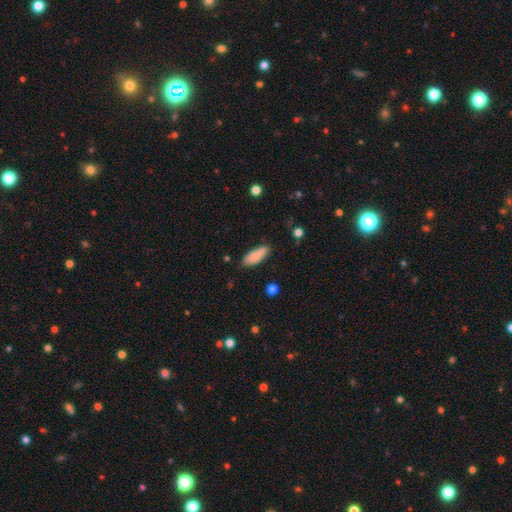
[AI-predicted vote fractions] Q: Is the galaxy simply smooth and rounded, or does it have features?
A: smooth — 87%.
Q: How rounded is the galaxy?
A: in between — 70%.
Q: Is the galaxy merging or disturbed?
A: none — 81%.